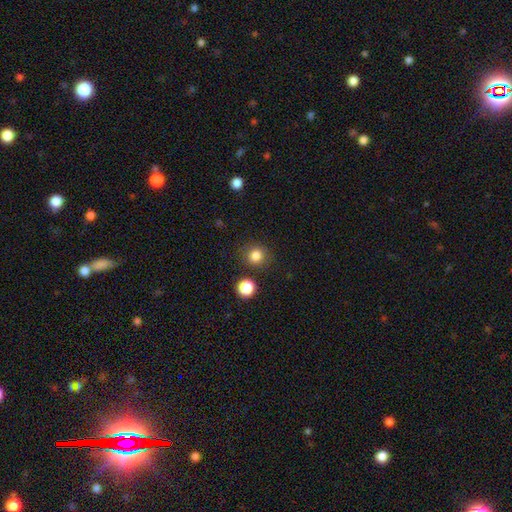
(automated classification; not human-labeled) A smooth galaxy with no disk features (83%) that is round (88%).

Vote fractions:
- Smooth or featured? smooth: 83% / star or artifact: 12% / featured or disk: 5%
- How rounded? round: 88% / in between: 11% / cigar-shaped: 1%
- Merging? none: 84% / minor disturbance: 8% / merger: 4% / major disturbance: 3%